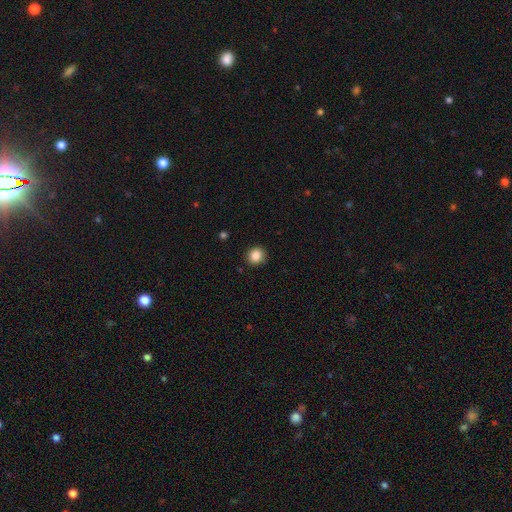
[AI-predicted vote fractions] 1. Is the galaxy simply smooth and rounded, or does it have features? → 86% smooth, 10% star or artifact, 4% featured or disk.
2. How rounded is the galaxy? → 86% round, 13% in between, 1% cigar-shaped.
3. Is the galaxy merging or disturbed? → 90% none, 7% minor disturbance, 2% major disturbance, 1% merger.